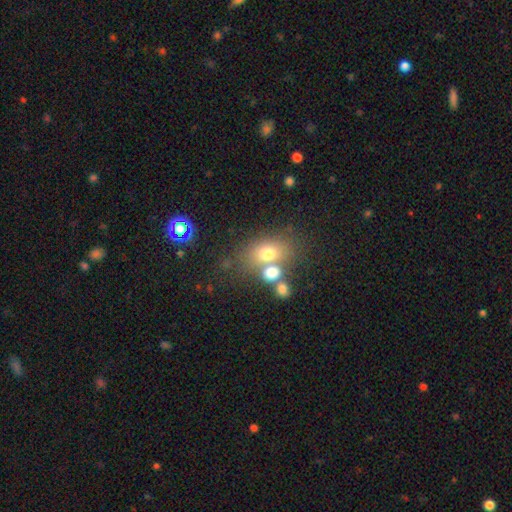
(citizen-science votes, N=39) A smooth galaxy with no disk features (67%) that is in between round and cigar-shaped (73%).

Vote fractions:
- Smooth or featured? smooth: 67% / featured or disk: 23% / star or artifact: 10%
- How rounded? in between: 73% / round: 27% / cigar-shaped: 0%
- Merging? none: 80% / minor disturbance: 11% / merger: 6% / major disturbance: 3%